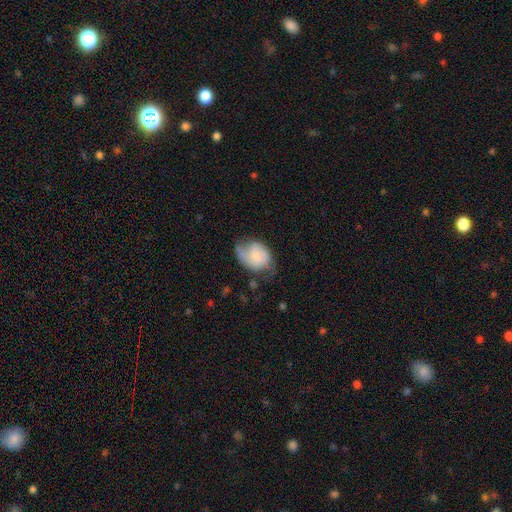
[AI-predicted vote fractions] smooth_or_featured: featured or disk (p=0.52) [alt: smooth p=0.42]
disk_edge_on: no (p=0.97) [alt: yes p=0.03]
bar: no (p=0.66) [alt: weak p=0.29]
has_spiral_arms: yes (p=0.84) [alt: no p=0.16]
bulge_size: small (p=0.44) [alt: moderate p=0.34]
merging: none (p=0.43) [alt: minor disturbance p=0.35]